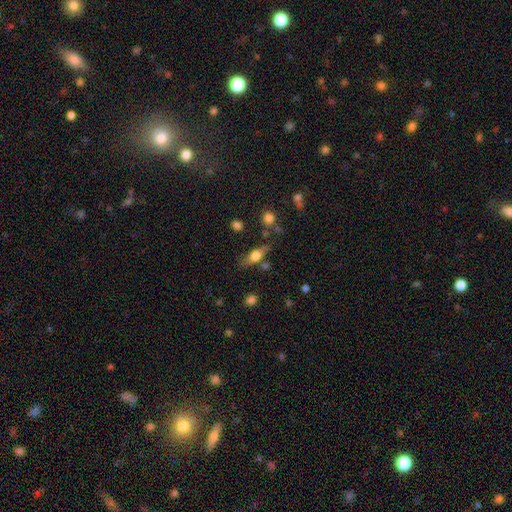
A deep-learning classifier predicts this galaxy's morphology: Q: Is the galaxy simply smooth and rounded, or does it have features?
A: smooth — 55%.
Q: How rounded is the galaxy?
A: in between — 60%.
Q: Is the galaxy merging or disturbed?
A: none — 67%.